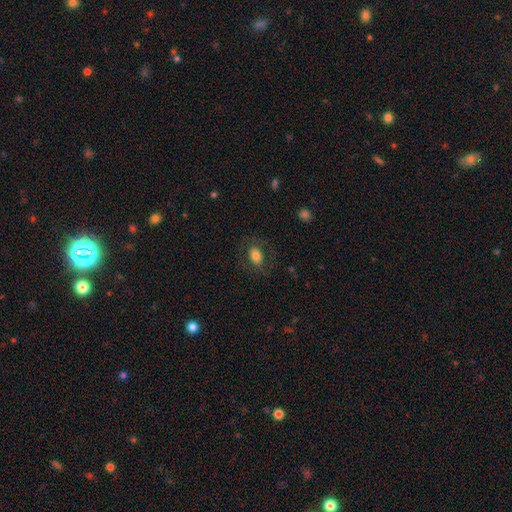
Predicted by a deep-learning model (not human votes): A smooth galaxy with no disk features (71%) that is in between round and cigar-shaped (77%). Merging: none (77%).